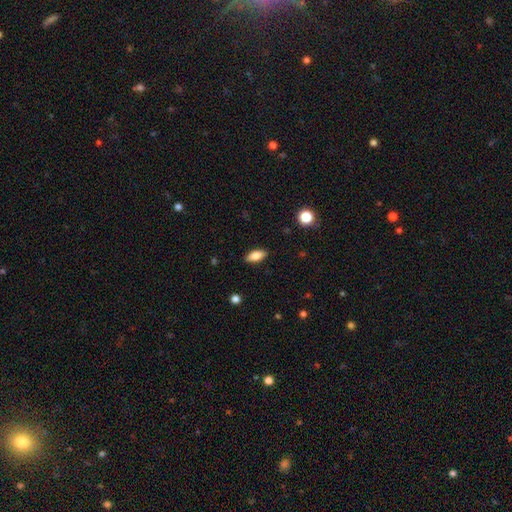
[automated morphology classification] This is likely a smooth galaxy (79%). How rounded: clearly in between (82%). Merging: clearly none (87%).